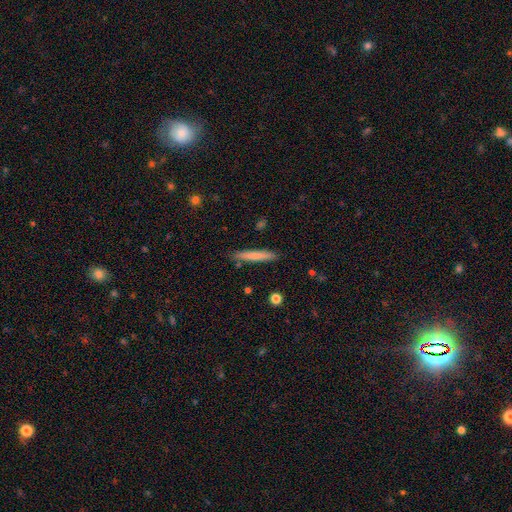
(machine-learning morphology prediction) type=smooth (74%); roundness=cigar-shaped (94%); merging=none (87%).